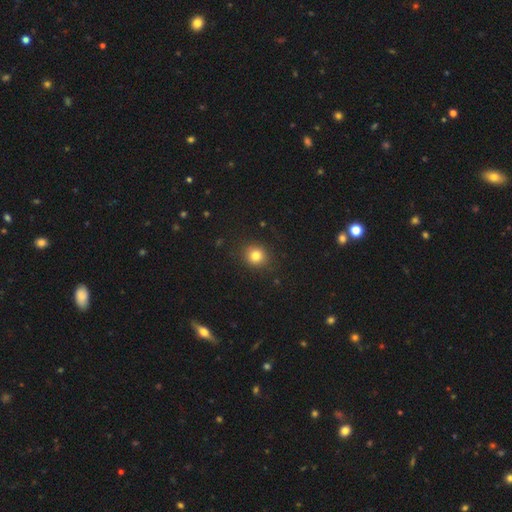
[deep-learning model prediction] Q: Smooth or featured?
A: smooth (82%); runner-up: star or artifact (12%)
Q: How rounded?
A: round (85%); runner-up: in between (14%)
Q: Merging?
A: none (89%); runner-up: minor disturbance (8%)